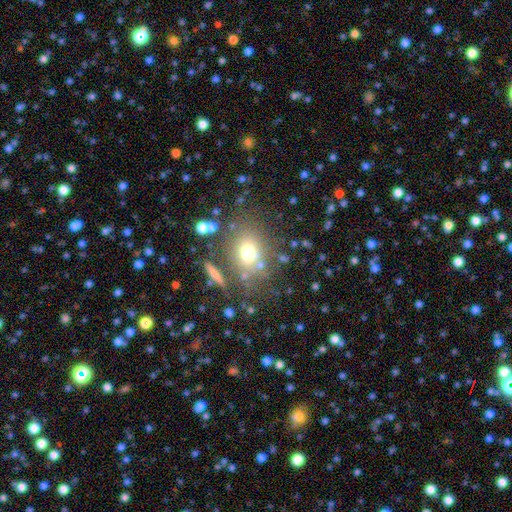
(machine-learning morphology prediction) This appears to be a smooth galaxy with no disk features (55%) that is in between round and cigar-shaped (53%). Merging: none (74%).